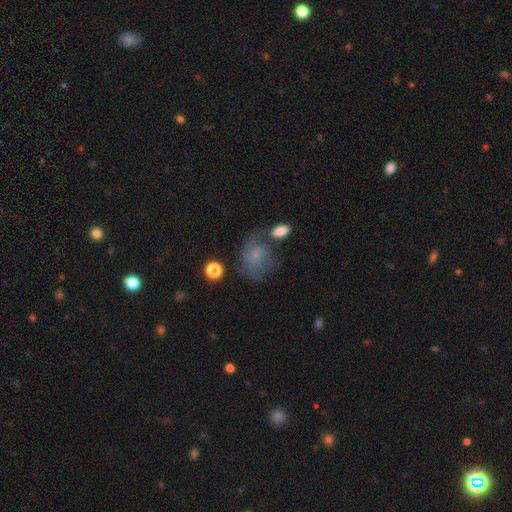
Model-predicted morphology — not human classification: A smooth galaxy with no disk features (46%). Merging: none (46%).